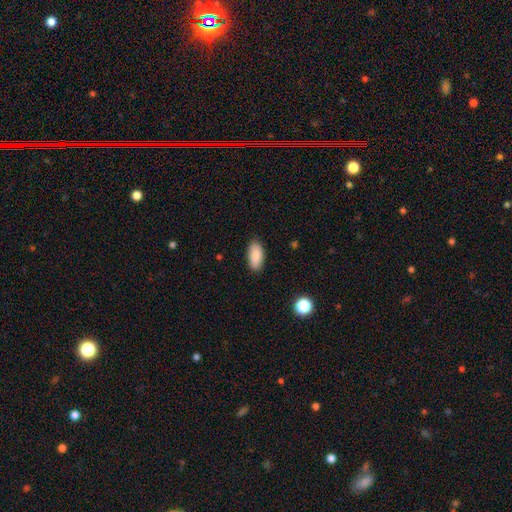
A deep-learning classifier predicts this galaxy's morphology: smooth-or-featured: smooth: 86% | featured or disk: 7% | star or artifact: 7%
  how-rounded: in between: 91% | cigar-shaped: 7% | round: 2%
  merging: none: 87% | minor disturbance: 10% | major disturbance: 2% | merger: 1%